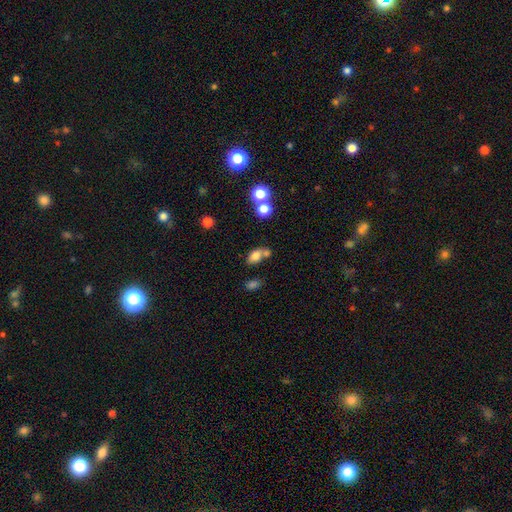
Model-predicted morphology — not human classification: This is likely a smooth galaxy (77%). How rounded: likely in between (79%). Merging: possibly none (47%).